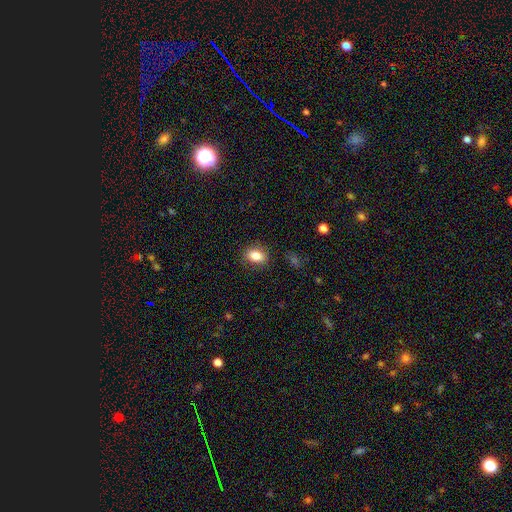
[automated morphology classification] This appears to be a smooth galaxy with no disk features (84%) that is in between round and cigar-shaped (76%). Merging: none (85%).